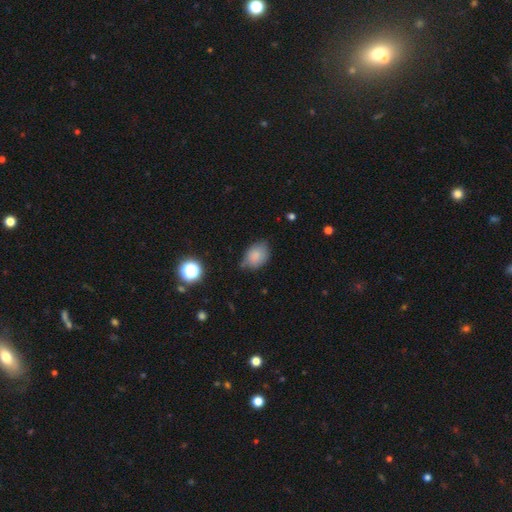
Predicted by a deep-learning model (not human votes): smooth-or-featured: smooth: 81% | star or artifact: 9% | featured or disk: 9%
  how-rounded: in between: 73% | round: 26% | cigar-shaped: 1%
  merging: none: 57% | minor disturbance: 34% | major disturbance: 7% | merger: 2%